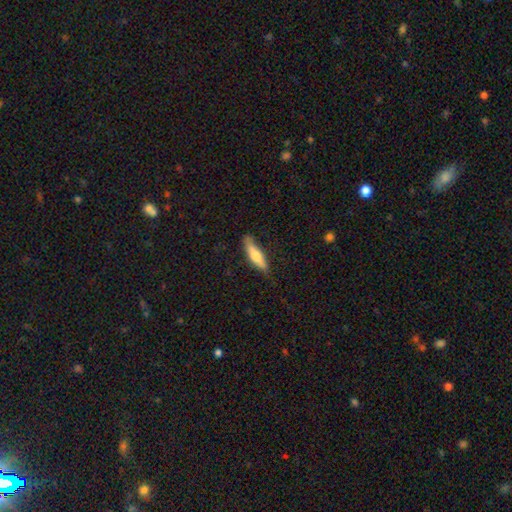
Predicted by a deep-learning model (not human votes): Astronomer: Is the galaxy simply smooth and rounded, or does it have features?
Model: smooth — 65%.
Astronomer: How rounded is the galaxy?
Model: cigar-shaped — 73%.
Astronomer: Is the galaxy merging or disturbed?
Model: none — 79%.